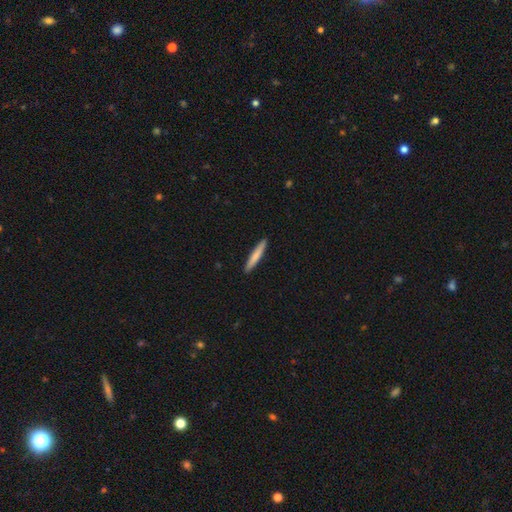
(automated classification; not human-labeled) Smooth or featured: smooth — 76% (featured or disk — 19%)
How rounded: cigar-shaped — 95% (in between — 4%)
Merging: none — 92% (minor disturbance — 6%)